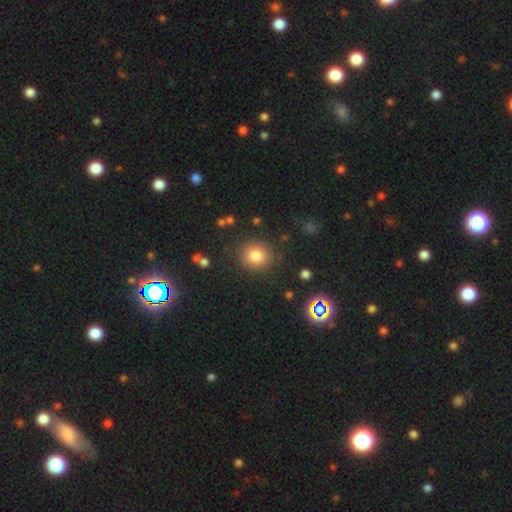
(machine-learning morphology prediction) This appears to be a smooth galaxy with no disk features (81%) that is round (84%). Merging: none (87%).